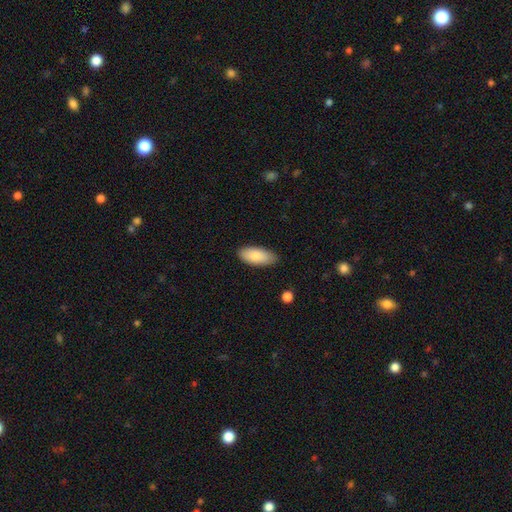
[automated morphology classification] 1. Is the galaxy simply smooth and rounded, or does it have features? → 84% smooth, 10% featured or disk, 6% star or artifact.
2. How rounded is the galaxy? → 88% in between, 10% cigar-shaped, 2% round.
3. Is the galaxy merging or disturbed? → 84% none, 12% minor disturbance, 2% major disturbance, 1% merger.